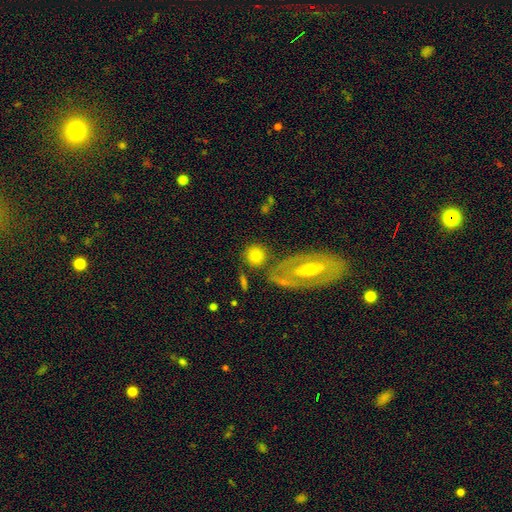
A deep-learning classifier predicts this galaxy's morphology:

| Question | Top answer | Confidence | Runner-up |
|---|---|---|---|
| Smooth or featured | smooth | 75% | featured or disk (18%) |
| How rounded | round | 84% | in between (14%) |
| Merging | none | 68% | merger (15%) |